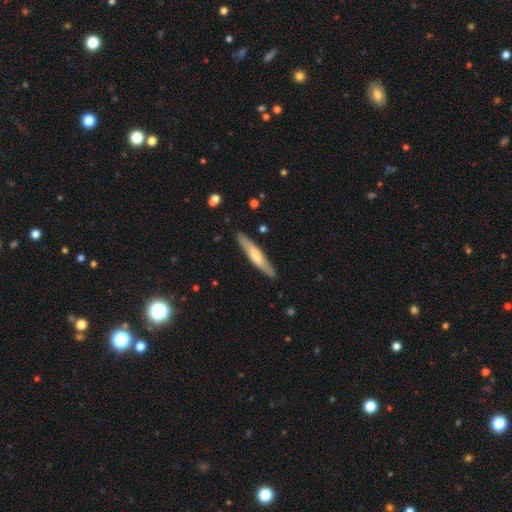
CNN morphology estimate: The model was most divided on "smooth or featured": smooth: 55%, featured or disk: 40%, star or artifact: 5%. More confident: how rounded — cigar-shaped (91%); merging — none (87%).